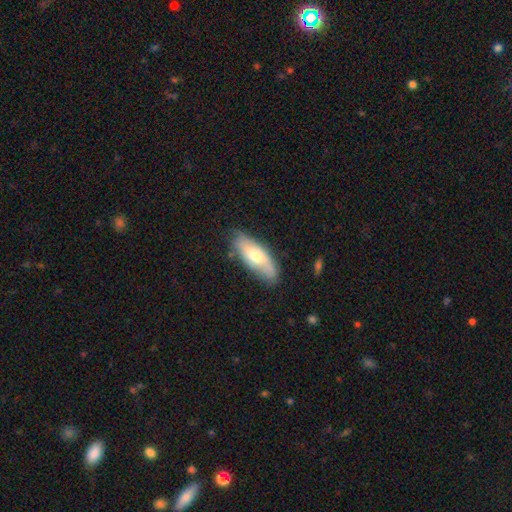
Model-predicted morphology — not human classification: Smooth or featured: smooth — 56% (featured or disk — 38%)
How rounded: in between — 74% (cigar-shaped — 24%)
Merging: none — 75% (minor disturbance — 19%)